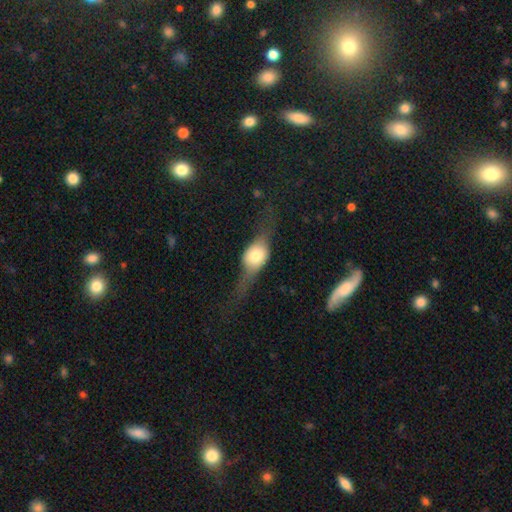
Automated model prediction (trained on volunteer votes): smooth-or-featured: featured or disk: 56% | smooth: 37% | star or artifact: 7%
  disk-edge-on: yes: 86% | no: 14%
  merging: none: 48% | major disturbance: 26% | minor disturbance: 23% | merger: 2%